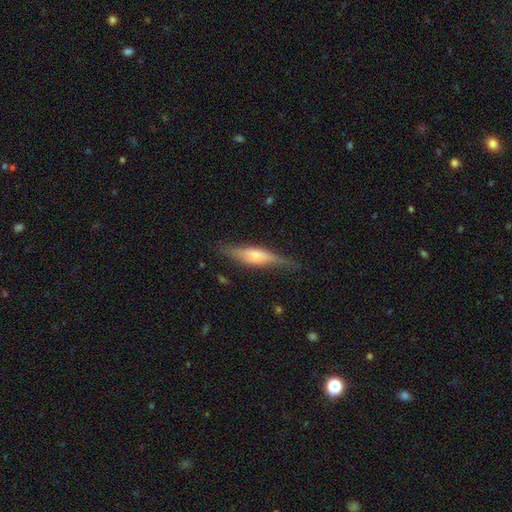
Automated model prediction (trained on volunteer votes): Morphology: type=featured or disk (53%); edge-on=yes (92%); merging=none (76%).